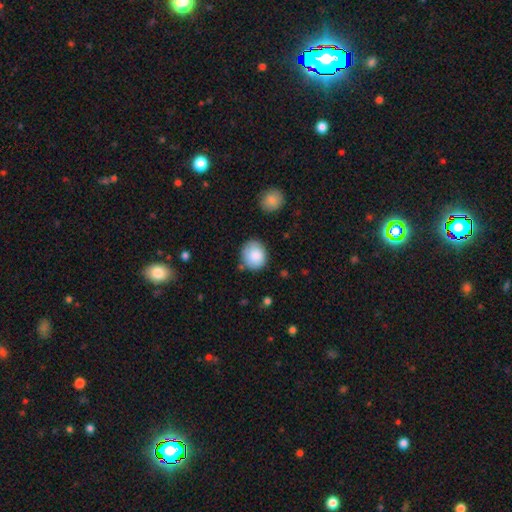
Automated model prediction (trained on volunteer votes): A smooth galaxy with no disk features (87%) that is round (78%).

Vote fractions:
- Smooth or featured? smooth: 87% / star or artifact: 7% / featured or disk: 6%
- How rounded? round: 78% / in between: 21% / cigar-shaped: 1%
- Merging? none: 80% / minor disturbance: 14% / merger: 3% / major disturbance: 3%